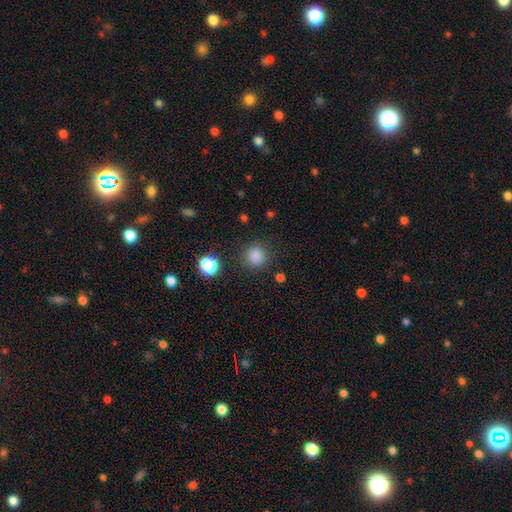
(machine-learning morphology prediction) Overall: smooth (83%). How rounded: round (91%). Merging: none (85%).